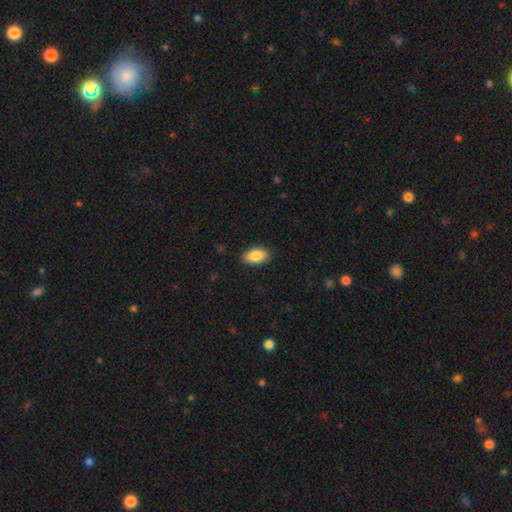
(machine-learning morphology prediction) Overall: smooth (86%). How rounded: in between (93%). Merging: none (88%).